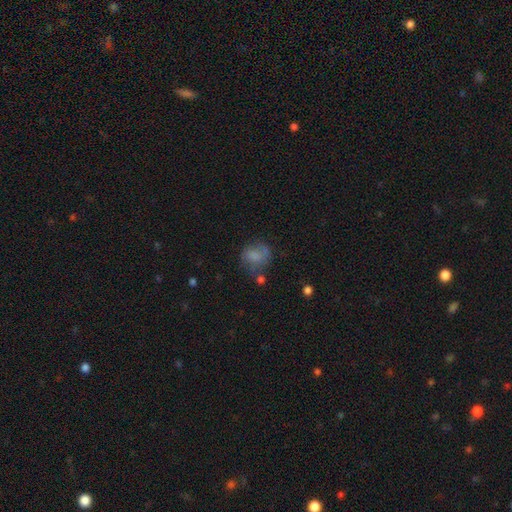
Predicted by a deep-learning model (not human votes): This is likely a smooth galaxy (67%). How rounded: likely round (61%). Merging: possibly none (49%).